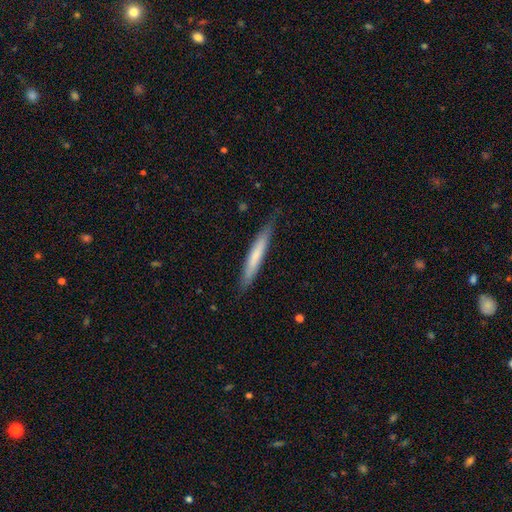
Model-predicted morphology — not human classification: Smooth or featured? Predicted: smooth (p=0.64). How rounded? Predicted: cigar-shaped (p=0.95). Merging? Predicted: none (p=0.84).